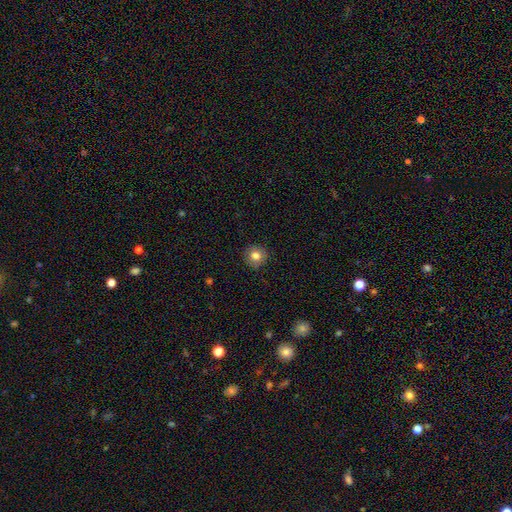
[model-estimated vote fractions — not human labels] This appears to be a smooth galaxy with no disk features (79%) that is round (92%). Merging: none (89%).